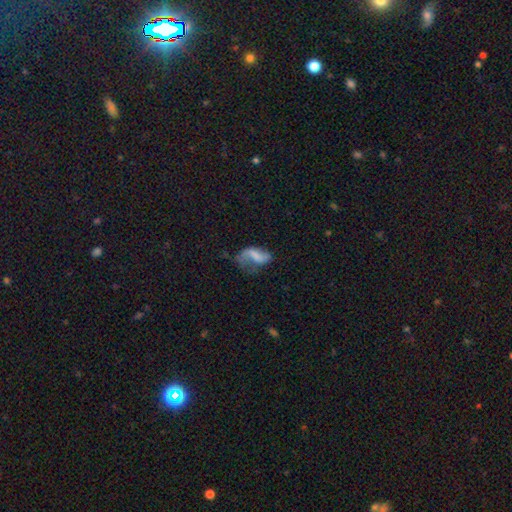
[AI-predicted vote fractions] A featured or disk galaxy (47%). Merging: major disturbance (44%).